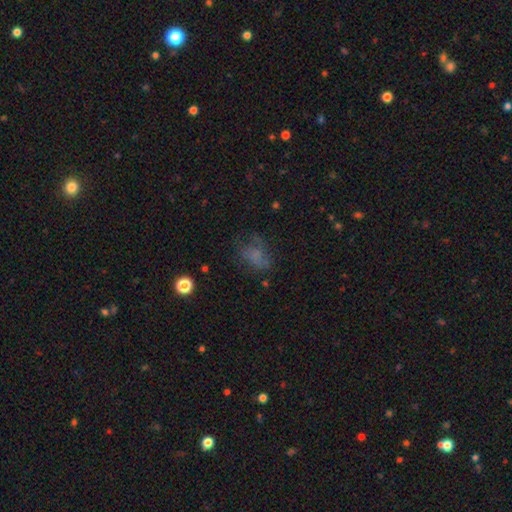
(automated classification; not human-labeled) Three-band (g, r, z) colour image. It shows a smooth galaxy with no disk features (56%) that is in between round and cigar-shaped (75%). Merging: none (49%).